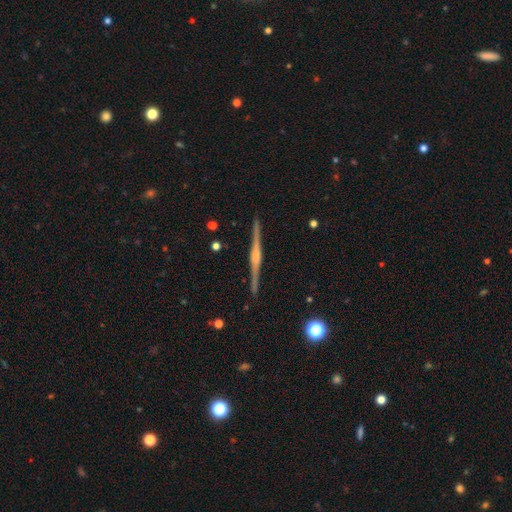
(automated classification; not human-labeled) featured or disk 83%, smooth 11%, star or artifact 5%. Down the decision tree: edge-on disk — yes (99%); edge-on bulge — rounded (58%); merging — none (91%).